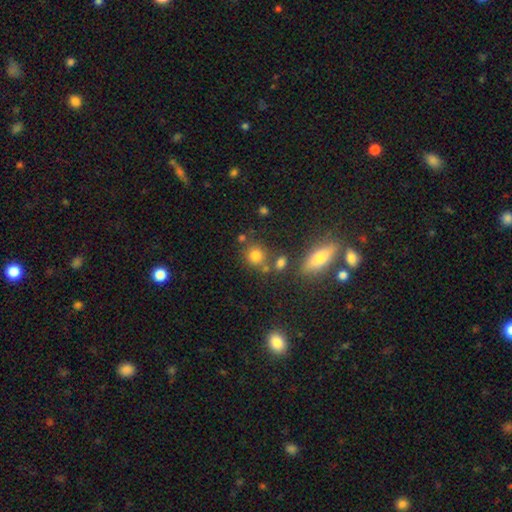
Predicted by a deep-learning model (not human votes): smooth_or_featured: smooth (p=0.76) [alt: star or artifact p=0.14]
how_rounded: round (p=0.79) [alt: in between p=0.19]
merging: none (p=0.66) [alt: merger p=0.17]